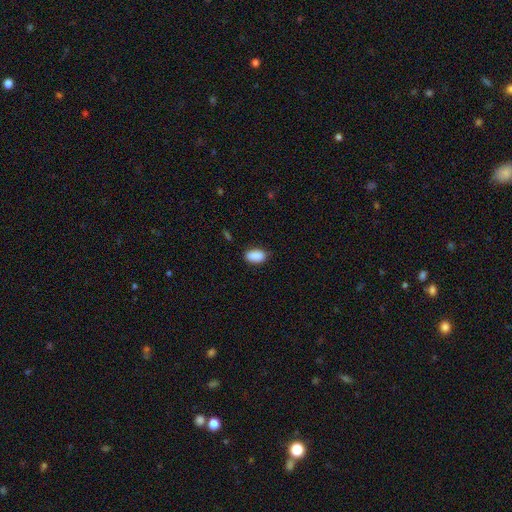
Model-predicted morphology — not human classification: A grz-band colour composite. It shows a smooth galaxy with no disk features (90%) that is in between round and cigar-shaped (92%). Merging: none (82%).